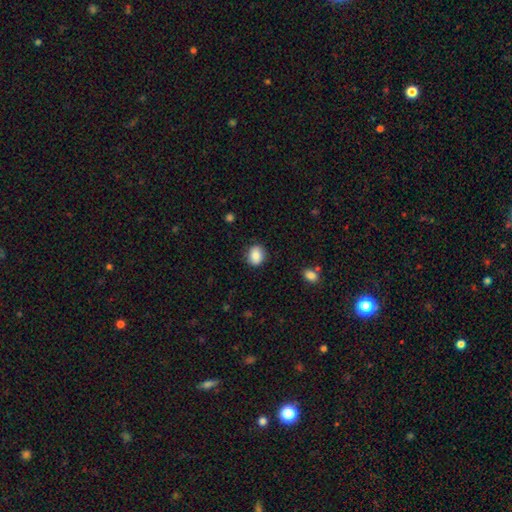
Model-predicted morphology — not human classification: Smooth or featured: smooth — 86% (star or artifact — 8%)
How rounded: round — 59% (in between — 40%)
Merging: none — 84% (minor disturbance — 11%)